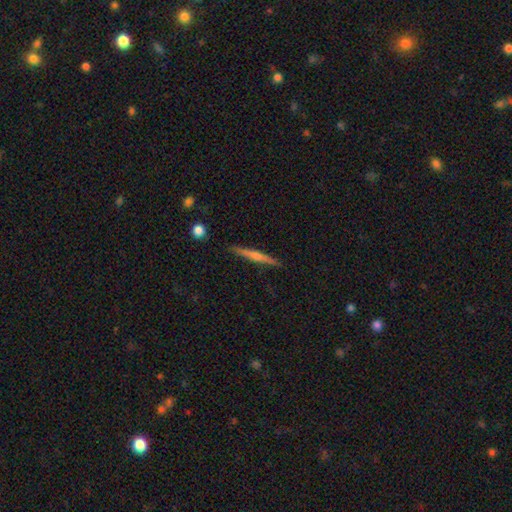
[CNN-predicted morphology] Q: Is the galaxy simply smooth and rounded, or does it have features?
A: featured or disk — 68%.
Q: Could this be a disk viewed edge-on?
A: yes — 98%.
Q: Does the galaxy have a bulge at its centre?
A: rounded — 67%.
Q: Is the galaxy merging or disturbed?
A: none — 92%.